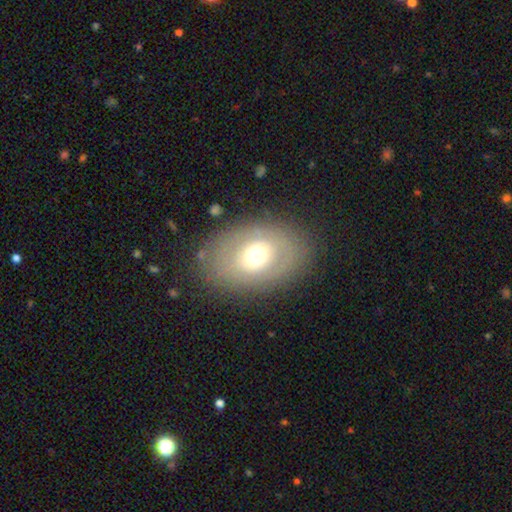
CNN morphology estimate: This appears to be a smooth galaxy with no disk features (50%). Merging: none (81%).